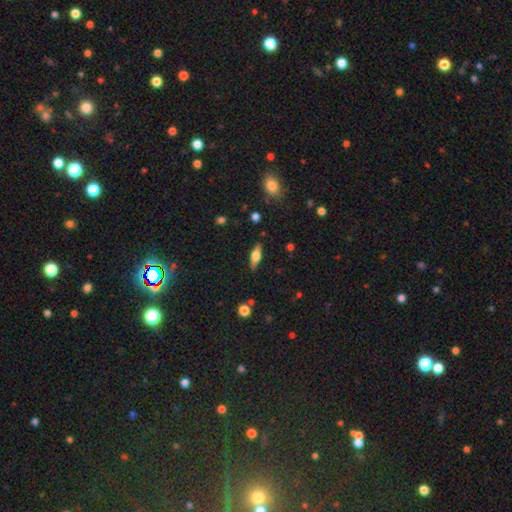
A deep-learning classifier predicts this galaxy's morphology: Smooth or featured?
  - smooth: 50% *
  - featured or disk: 43%
  - star or artifact: 7%
Merging?
  - none: 86% *
  - minor disturbance: 10%
  - major disturbance: 2%
  - merger: 1%